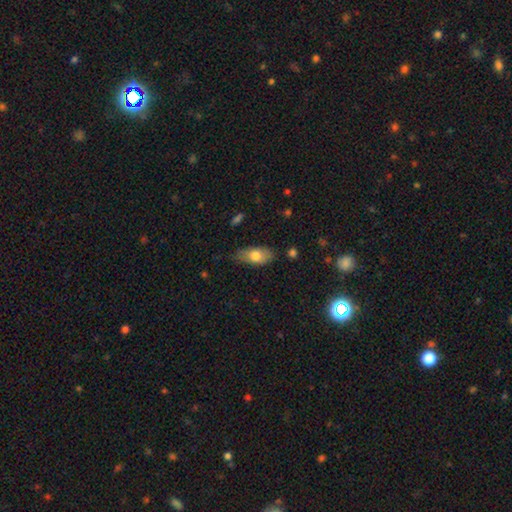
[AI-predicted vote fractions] Smooth or featured? Predicted: smooth (p=0.75). How rounded? Predicted: in between (p=0.87). Merging? Predicted: none (p=0.70).